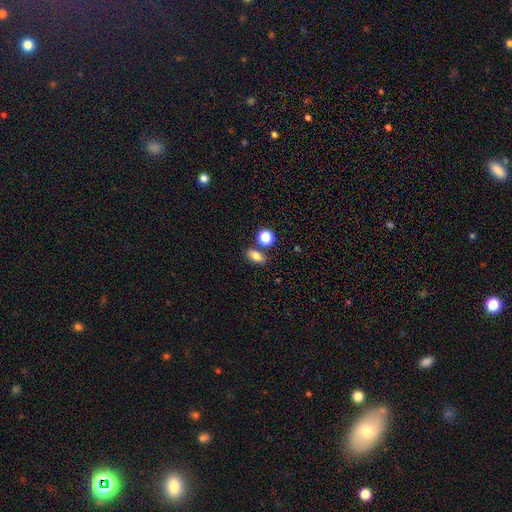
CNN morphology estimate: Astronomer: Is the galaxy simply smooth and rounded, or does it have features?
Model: smooth — 80%.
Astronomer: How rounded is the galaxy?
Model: in between — 80%.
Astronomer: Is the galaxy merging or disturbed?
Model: none — 75%.